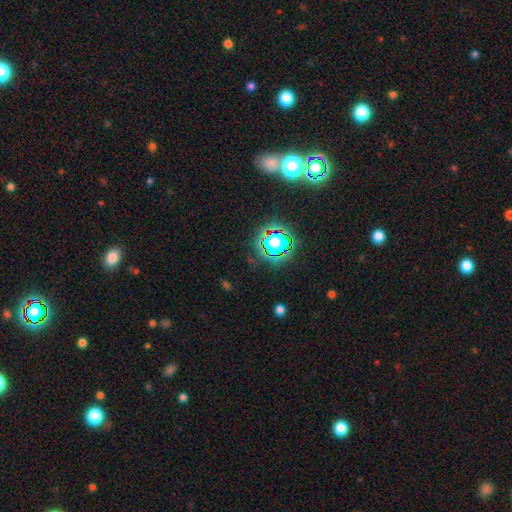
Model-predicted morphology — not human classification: smooth-or-featured: star or artifact: 77% | smooth: 14% | featured or disk: 9%